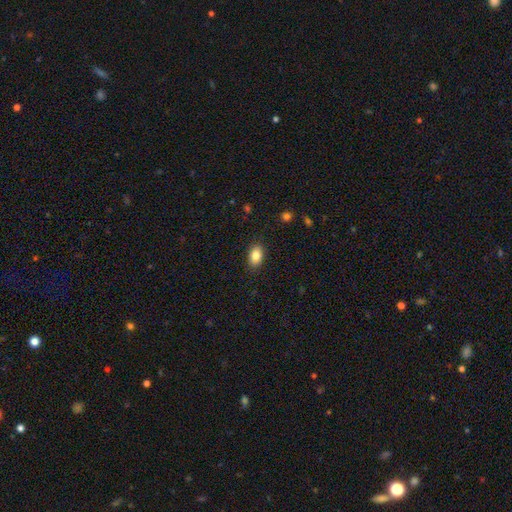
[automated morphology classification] Smooth or featured: smooth — 85% (star or artifact — 8%)
How rounded: in between — 86% (round — 12%)
Merging: none — 87% (minor disturbance — 9%)